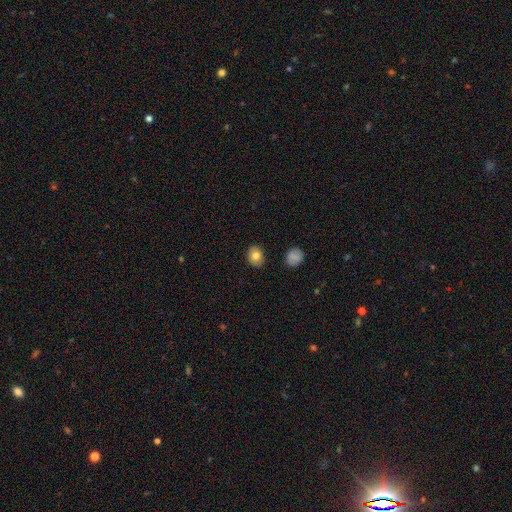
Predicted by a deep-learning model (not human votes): Overall: smooth (79%). How rounded: round (59%; in between 40%). Merging: none (88%).